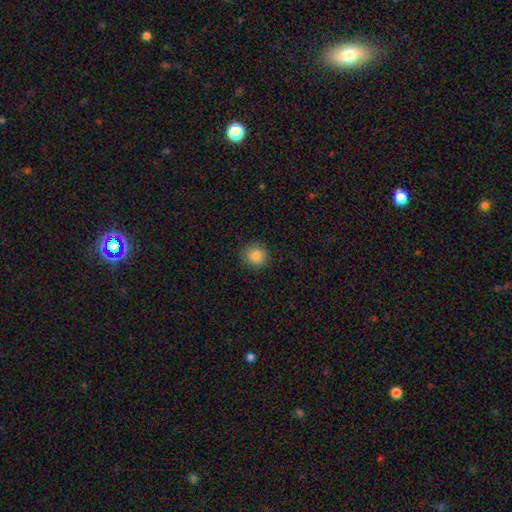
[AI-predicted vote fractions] A smooth galaxy with no disk features (85%) that is round (91%).

Vote fractions:
- Smooth or featured? smooth: 85% / star or artifact: 10% / featured or disk: 5%
- How rounded? round: 91% / in between: 8% / cigar-shaped: 1%
- Merging? none: 89% / minor disturbance: 7% / major disturbance: 2% / merger: 1%